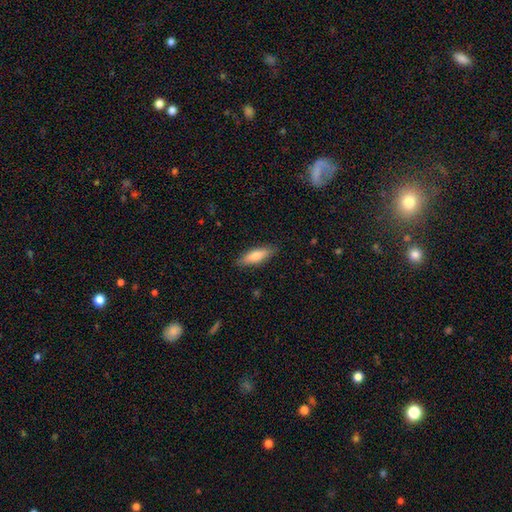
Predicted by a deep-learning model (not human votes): smooth_or_featured: smooth (p=0.79) [alt: featured or disk p=0.16]
how_rounded: cigar-shaped (p=0.52) [alt: in between p=0.46]
merging: none (p=0.87) [alt: minor disturbance p=0.10]